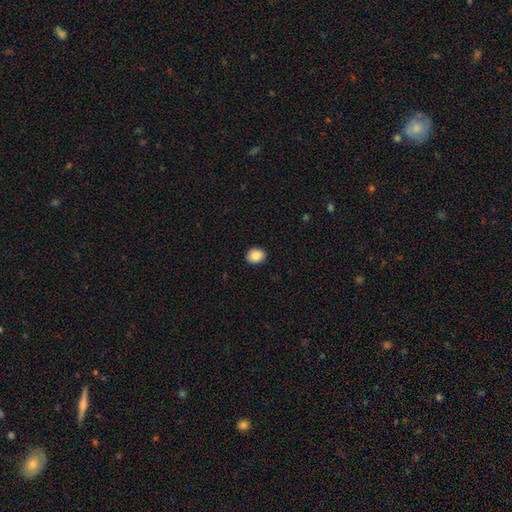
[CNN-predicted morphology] Q: Smooth or featured?
A: smooth (89%); runner-up: star or artifact (8%)
Q: How rounded?
A: round (65%); runner-up: in between (35%)
Q: Merging?
A: none (90%); runner-up: minor disturbance (7%)